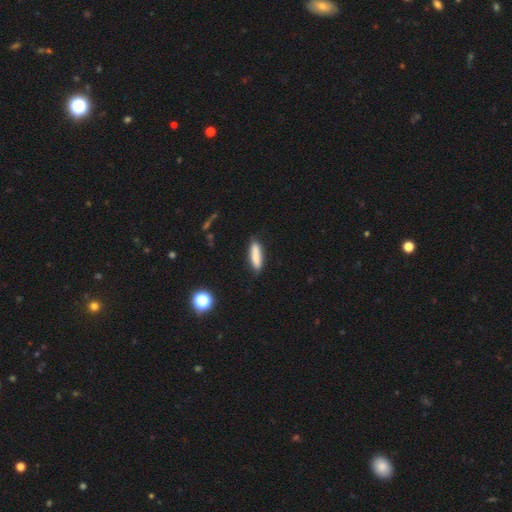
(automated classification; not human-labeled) Smooth or featured?
  - smooth: 83% *
  - featured or disk: 10%
  - star or artifact: 7%
How rounded?
  - cigar-shaped: 71% *
  - in between: 28%
  - round: 2%
Merging?
  - none: 85% *
  - minor disturbance: 11%
  - major disturbance: 2%
  - merger: 2%